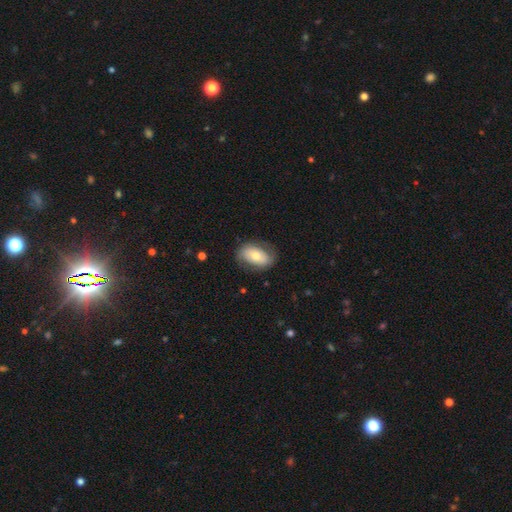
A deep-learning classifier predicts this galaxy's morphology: Smooth or featured? smooth (60%)
How rounded? in between (90%)
Merging? none (73%)